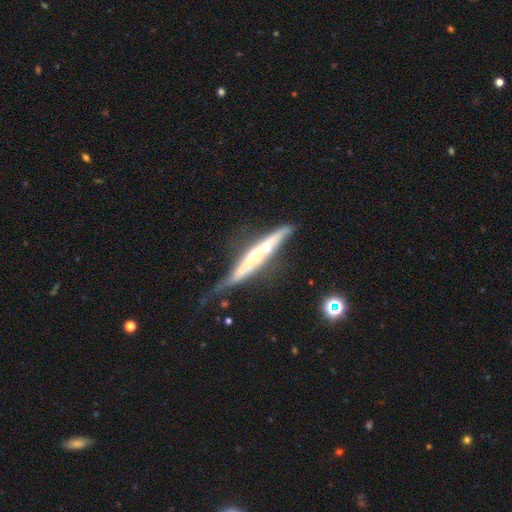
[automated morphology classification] type=featured or disk (73%); edge-on=yes (89%); edge-on bulge=rounded (69%); merging=none (45%).